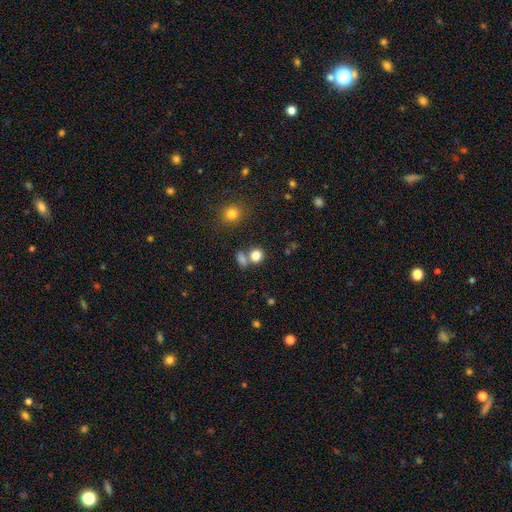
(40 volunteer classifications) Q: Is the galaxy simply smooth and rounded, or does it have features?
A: smooth — 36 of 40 (90%).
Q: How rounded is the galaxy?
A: round — 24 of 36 (67%).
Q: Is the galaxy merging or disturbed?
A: none — 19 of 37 (51%).